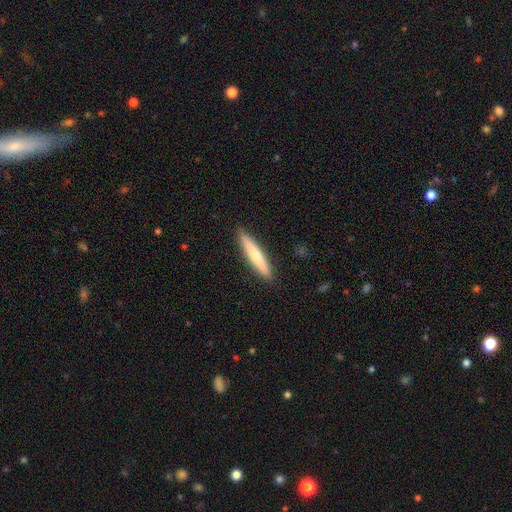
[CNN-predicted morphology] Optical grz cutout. It shows a smooth galaxy with no disk features (62%) that is cigar-shaped (92%). Merging: none (91%).